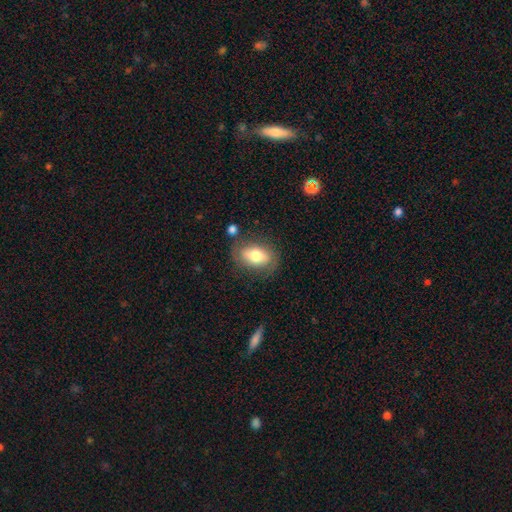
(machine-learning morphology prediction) A smooth galaxy with no disk features (68%) that is in between round and cigar-shaped (85%).

Vote fractions:
- Smooth or featured? smooth: 68% / featured or disk: 25% / star or artifact: 7%
- How rounded? in between: 85% / round: 12% / cigar-shaped: 3%
- Merging? none: 71% / minor disturbance: 18% / major disturbance: 7% / merger: 4%